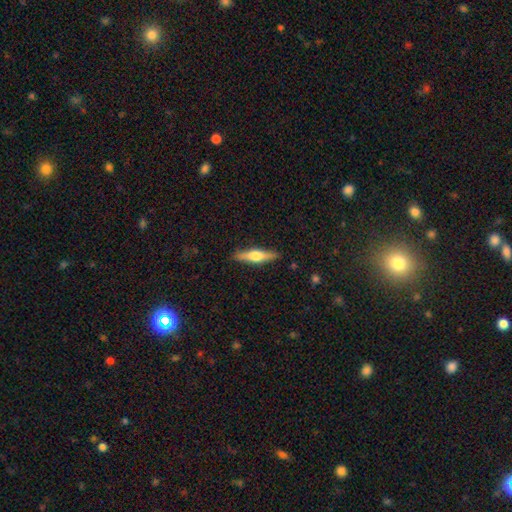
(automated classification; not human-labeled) This appears to be a featured or disk galaxy (55%) viewed edge-on (96%) with a rounded central bulge (91%). Merging: none (89%).